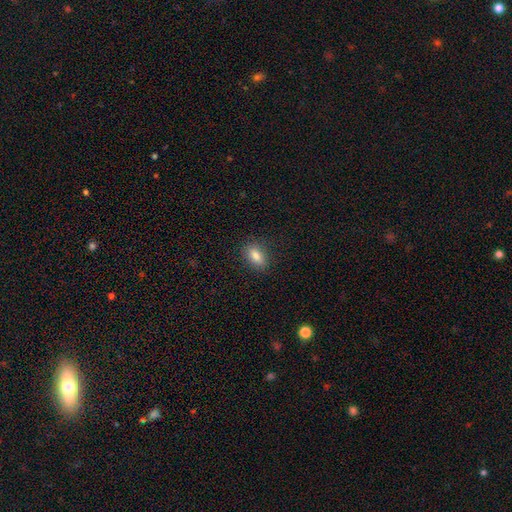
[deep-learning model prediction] The model was most divided on "merging": none: 84%, minor disturbance: 12%, major disturbance: 3%, merger: 1%. More confident: how rounded — in between (86%); smooth or featured — smooth (85%).